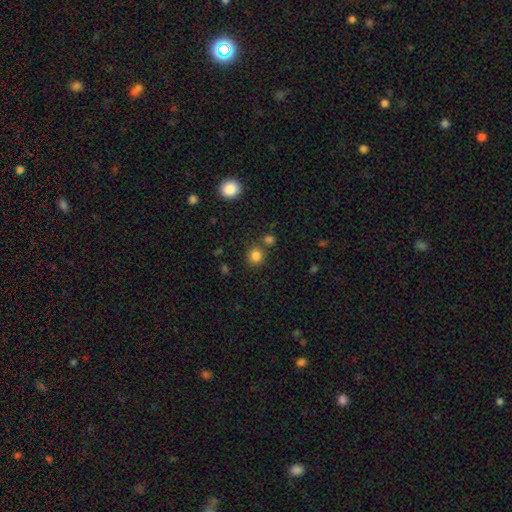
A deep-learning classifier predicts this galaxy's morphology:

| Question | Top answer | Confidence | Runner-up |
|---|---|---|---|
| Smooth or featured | smooth | 83% | star or artifact (12%) |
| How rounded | round | 87% | in between (12%) |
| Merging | none | 76% | merger (12%) |